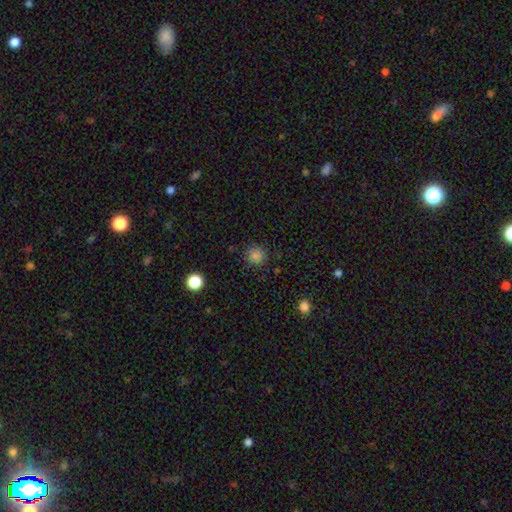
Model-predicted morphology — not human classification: smooth-or-featured: smooth: 83% | star or artifact: 12% | featured or disk: 5%
  how-rounded: round: 91% | in between: 8% | cigar-shaped: 1%
  merging: none: 84% | minor disturbance: 11% | major disturbance: 3% | merger: 1%